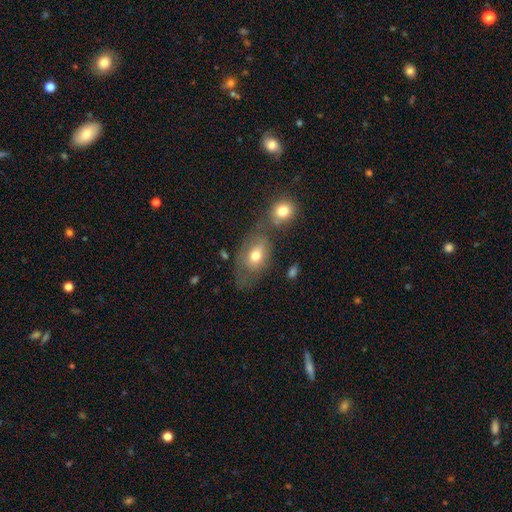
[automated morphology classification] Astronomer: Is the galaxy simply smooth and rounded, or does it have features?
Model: smooth — 68%.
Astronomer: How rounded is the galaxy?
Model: in between — 81%.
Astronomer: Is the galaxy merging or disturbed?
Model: none — 42% (runner-up: merger, 25%).